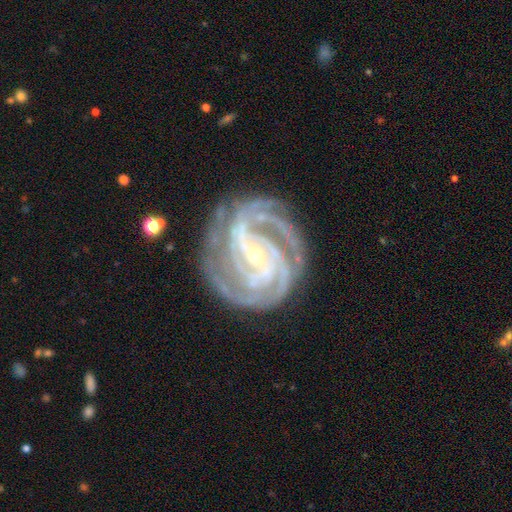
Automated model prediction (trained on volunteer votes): A featured or disk galaxy (93%) with a strong bar (40%), 3 (34%) tight (74%) spiral arms (99%) and a small central bulge (74%). Merging: none (79%).